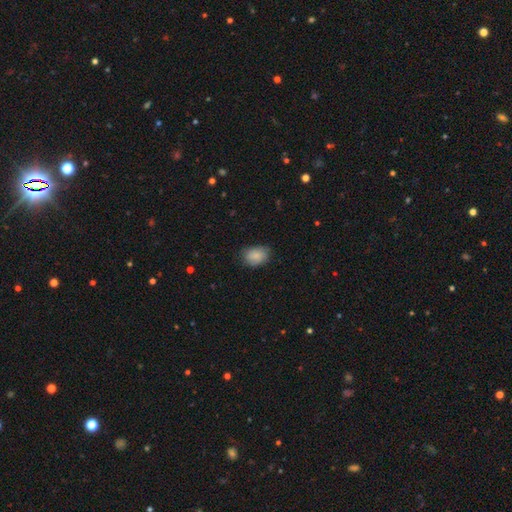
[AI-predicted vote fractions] smooth 85%, featured or disk 8%, star or artifact 7%. Down the decision tree: how rounded — in between (75%); merging — none (73%).